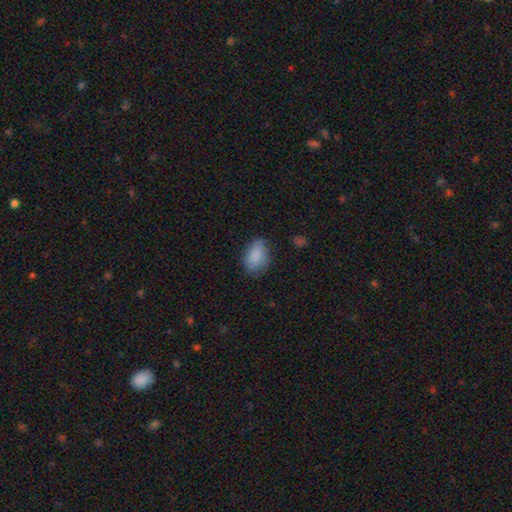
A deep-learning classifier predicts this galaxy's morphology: smooth 85%, star or artifact 7%, featured or disk 7%. Down the decision tree: how rounded — in between (87%); merging — none (66%).